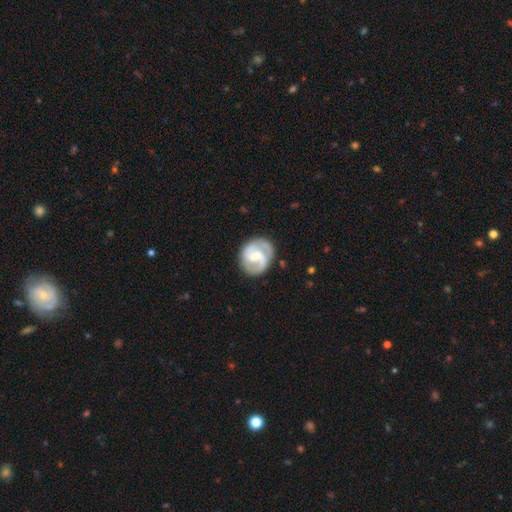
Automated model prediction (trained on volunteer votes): This is likely a featured or disk galaxy (71%). It is clearly not viewed edge-on (98%). Bar: possibly weak (47%). Spiral arm pattern: clearly yes (87%). Spiral arm count: likely 2 (67%). Spiral winding: marginally medium (43%). Central bulge: marginally moderate (32%). Merging: likely none (70%).